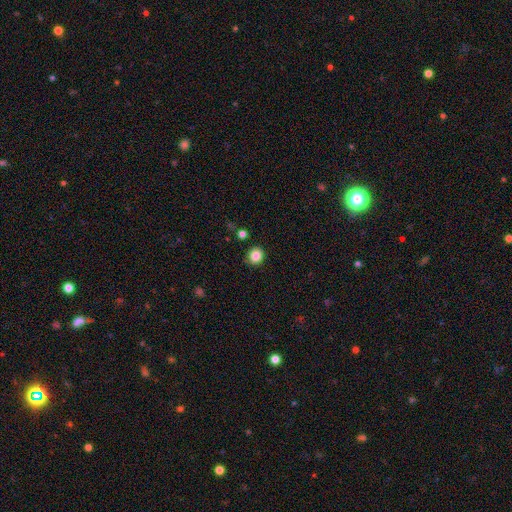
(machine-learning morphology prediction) Overall: smooth (85%). How rounded: round (85%). Merging: none (89%).